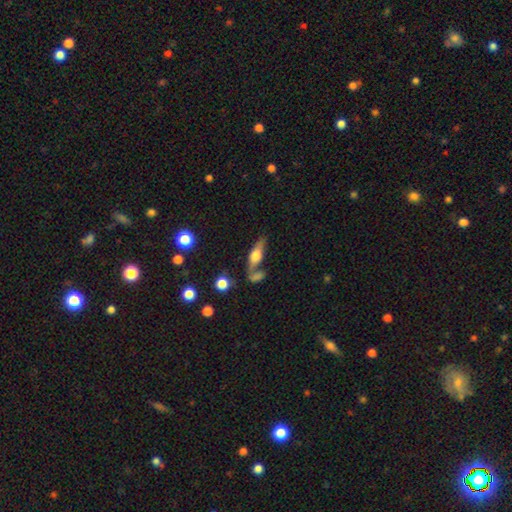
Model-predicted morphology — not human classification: Smooth or featured?
  - featured or disk: 48% *
  - smooth: 43%
  - star or artifact: 9%
Merging?
  - none: 49% *
  - merger: 27%
  - minor disturbance: 15%
  - major disturbance: 9%